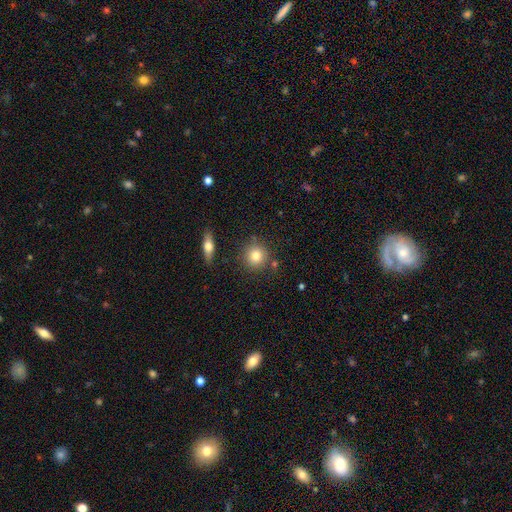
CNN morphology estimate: smooth_or_featured: smooth (p=0.80) [alt: featured or disk p=0.11]
how_rounded: round (p=0.90) [alt: in between p=0.09]
merging: none (p=0.83) [alt: minor disturbance p=0.09]